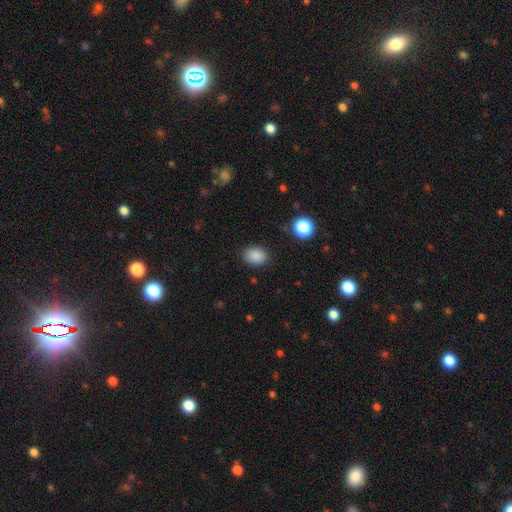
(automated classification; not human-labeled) Q: Smooth or featured?
A: smooth (87%); runner-up: star or artifact (10%)
Q: How rounded?
A: in between (74%); runner-up: round (25%)
Q: Merging?
A: none (86%); runner-up: minor disturbance (10%)